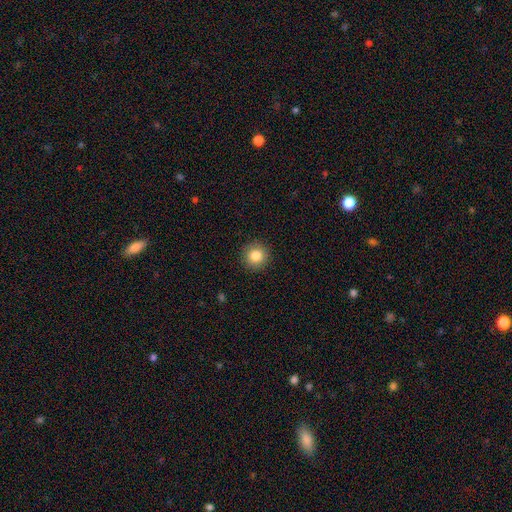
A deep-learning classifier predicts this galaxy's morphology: type=smooth (84%); roundness=round (94%); merging=none (92%).